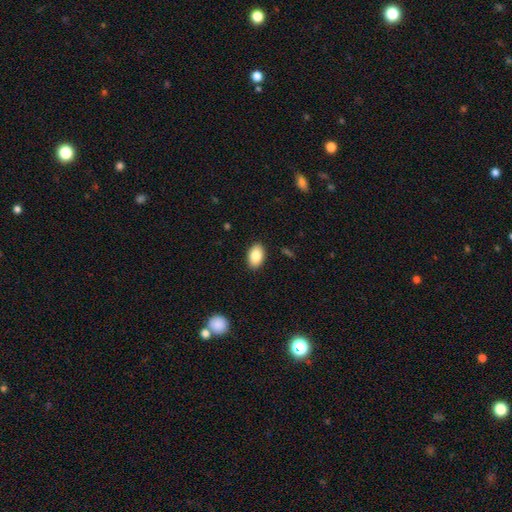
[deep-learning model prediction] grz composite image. It shows a smooth galaxy with no disk features (84%) that is in between round and cigar-shaped (91%). Merging: none (89%).